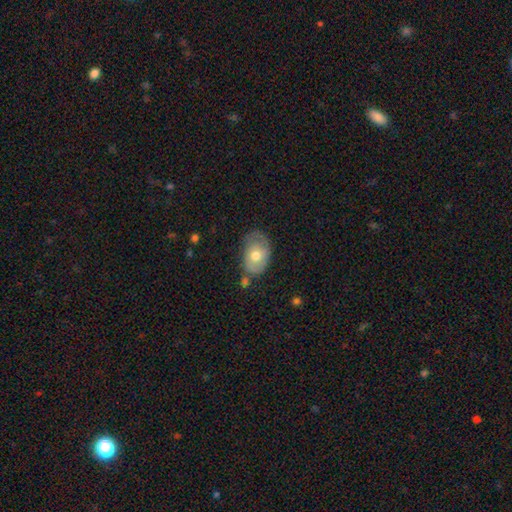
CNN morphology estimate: type=smooth (59%); roundness=in between (83%); merging=none (54%).